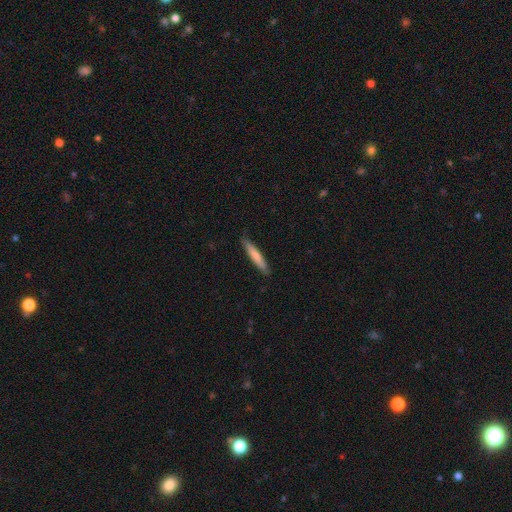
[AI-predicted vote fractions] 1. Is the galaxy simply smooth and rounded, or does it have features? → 73% smooth, 21% featured or disk, 5% star or artifact.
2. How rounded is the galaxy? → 93% cigar-shaped, 6% in between, 1% round.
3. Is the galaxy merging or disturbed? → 87% none, 10% minor disturbance, 2% major disturbance, 1% merger.